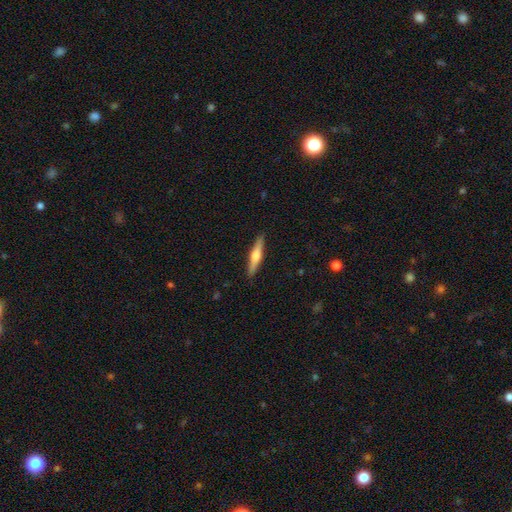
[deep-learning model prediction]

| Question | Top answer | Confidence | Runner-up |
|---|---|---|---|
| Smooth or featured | featured or disk | 50% | smooth (45%) |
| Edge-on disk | yes | 96% | no (4%) |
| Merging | none | 91% | minor disturbance (7%) |